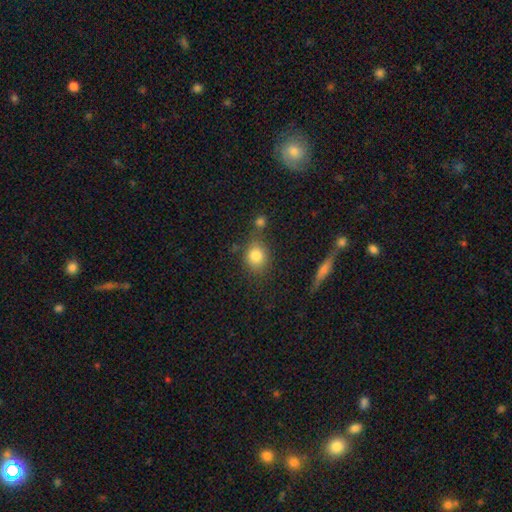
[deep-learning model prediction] A smooth galaxy with no disk features (81%) that is round (67%). Merging: none (67%).